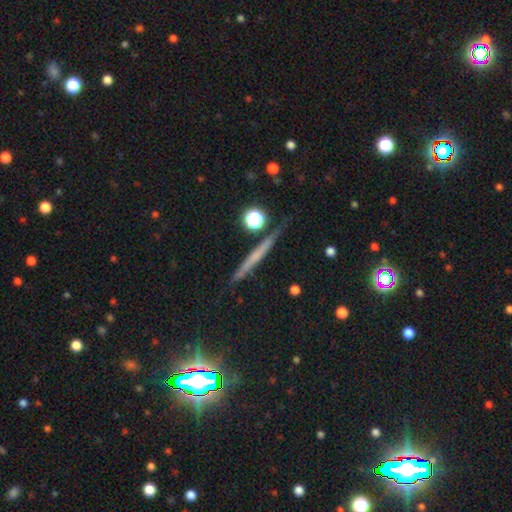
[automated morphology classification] This is possibly a featured or disk galaxy (46%). Merging: clearly none (85%).